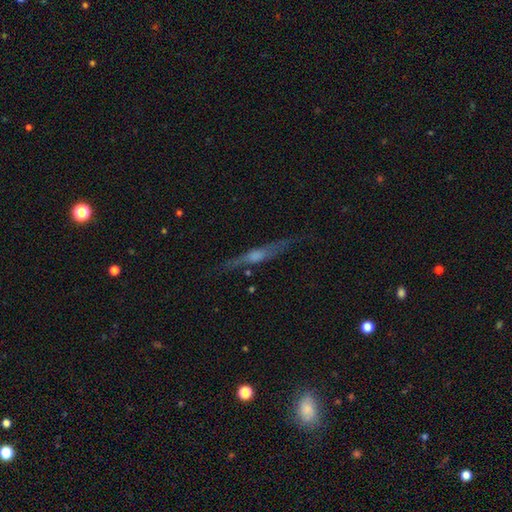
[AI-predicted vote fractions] Smooth or featured? Predicted: featured or disk (p=0.72). Edge-on disk? Predicted: yes (p=0.94). Edge-on bulge? Predicted: rounded (p=0.75). Merging? Predicted: none (p=0.82).